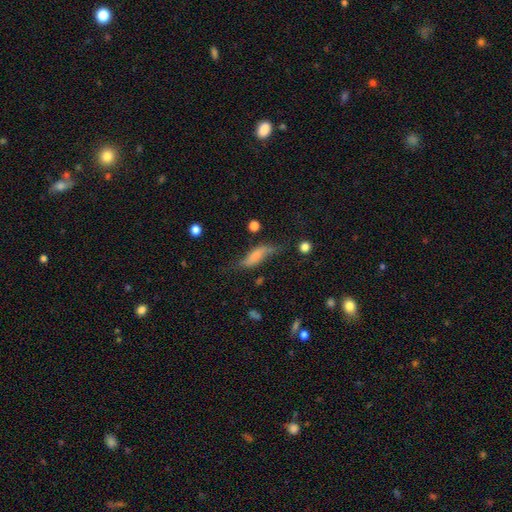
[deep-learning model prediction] The model was most divided on "how rounded": in between: 53%, cigar-shaped: 43%, round: 4%. Remaining: smooth or featured — smooth (58%); merging — none (46%).